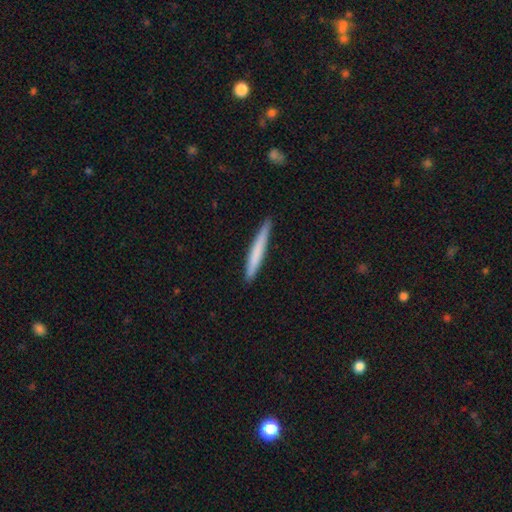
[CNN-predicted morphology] Smooth or featured: smooth — 69% (featured or disk — 26%)
How rounded: cigar-shaped — 96% (in between — 3%)
Merging: none — 89% (minor disturbance — 9%)